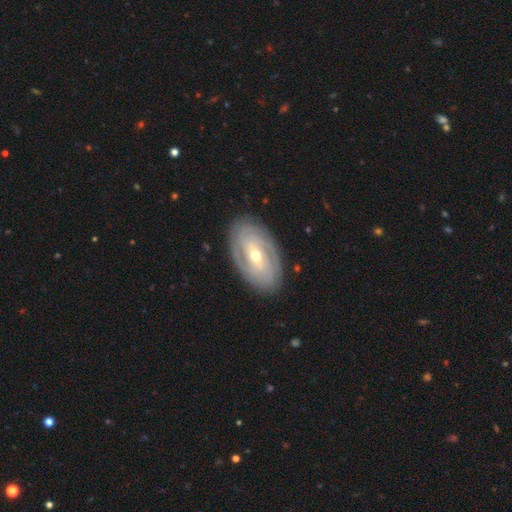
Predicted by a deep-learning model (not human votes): Smooth or featured: featured or disk — 83% (smooth — 12%)
Edge-on disk: no — 94% (yes — 6%)
Bar: weak — 42% (no — 33%)
Spiral arms: yes — 92% (no — 8%)
Spiral winding: tight — 75% (medium — 20%)
Spiral arm count: can't tell — 31% (2 — 27%)
Bulge size: moderate — 57% (small — 39%)
Merging: none — 85% (minor disturbance — 11%)